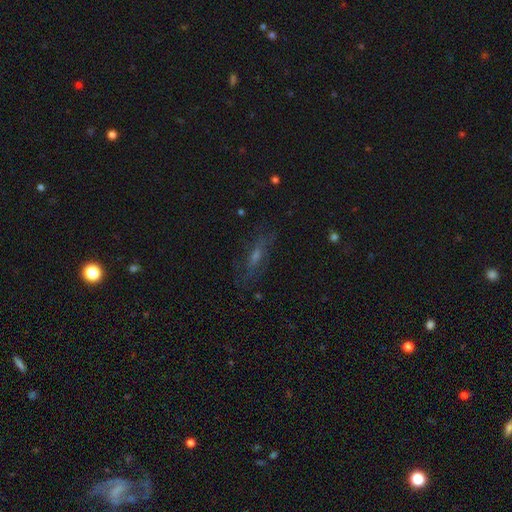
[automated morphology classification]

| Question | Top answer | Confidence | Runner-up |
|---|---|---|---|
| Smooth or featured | featured or disk | 42% | smooth (30%) |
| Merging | none | 78% | minor disturbance (14%) |